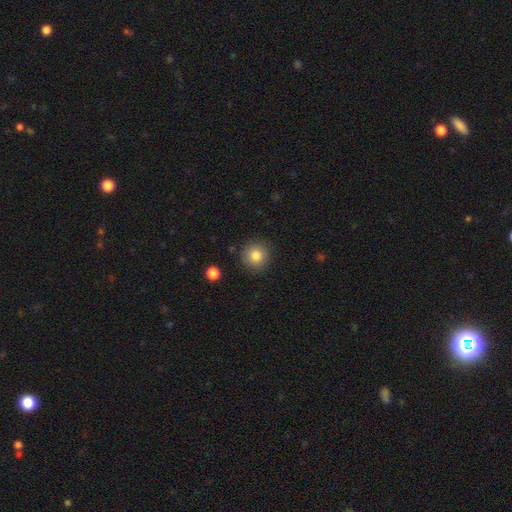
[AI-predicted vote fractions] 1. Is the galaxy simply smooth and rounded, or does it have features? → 83% smooth, 10% star or artifact, 7% featured or disk.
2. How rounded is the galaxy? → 94% round, 5% in between, 1% cigar-shaped.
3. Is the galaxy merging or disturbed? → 88% none, 8% minor disturbance, 3% major disturbance, 2% merger.